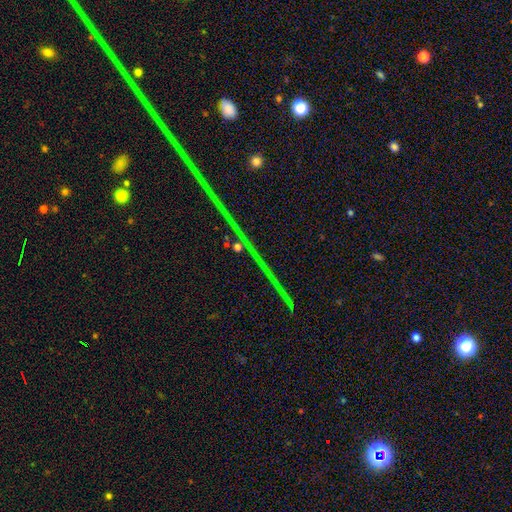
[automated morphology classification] A star or artifact, not a galaxy (84%).